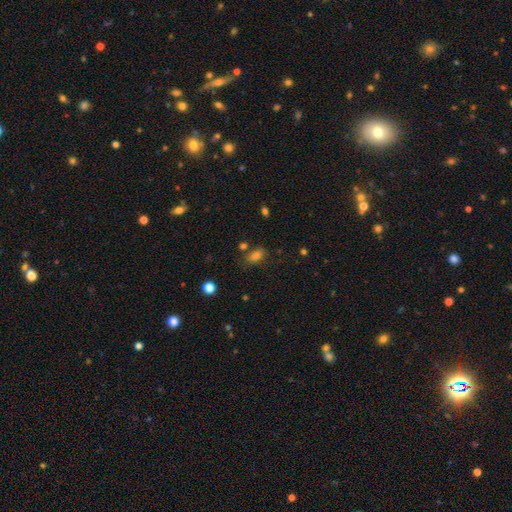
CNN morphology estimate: Smooth or featured?
  - smooth: 75% *
  - star or artifact: 17%
  - featured or disk: 7%
How rounded?
  - in between: 83% *
  - round: 13%
  - cigar-shaped: 4%
Merging?
  - none: 67% *
  - minor disturbance: 18%
  - merger: 8%
  - major disturbance: 7%